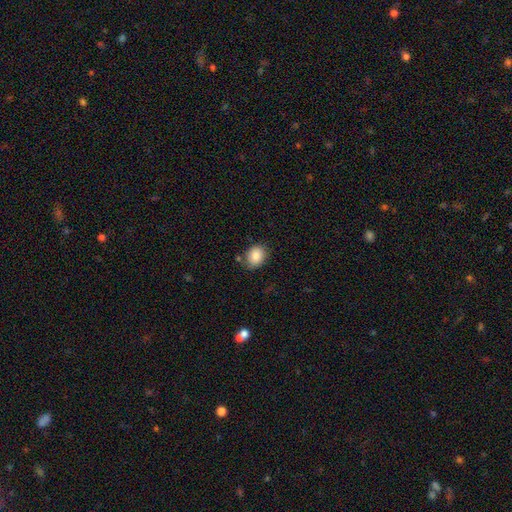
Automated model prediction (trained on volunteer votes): Smooth or featured: smooth — 84% (star or artifact — 8%)
How rounded: round — 51% (in between — 48%)
Merging: none — 79% (minor disturbance — 14%)